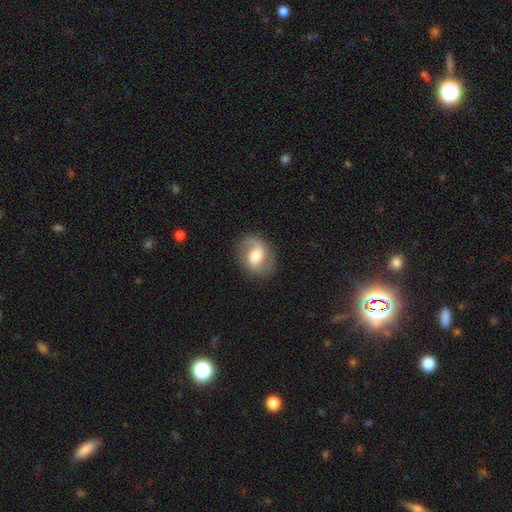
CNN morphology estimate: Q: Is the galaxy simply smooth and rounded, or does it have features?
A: featured or disk — 69%.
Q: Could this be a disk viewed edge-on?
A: no — 97%.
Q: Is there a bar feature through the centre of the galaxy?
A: weak — 48%.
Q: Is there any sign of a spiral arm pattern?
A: yes — 89%.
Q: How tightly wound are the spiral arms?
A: medium — 45%.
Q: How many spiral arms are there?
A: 2 — 81%.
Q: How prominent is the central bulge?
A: moderate — 61%.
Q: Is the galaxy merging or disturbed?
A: none — 81%.